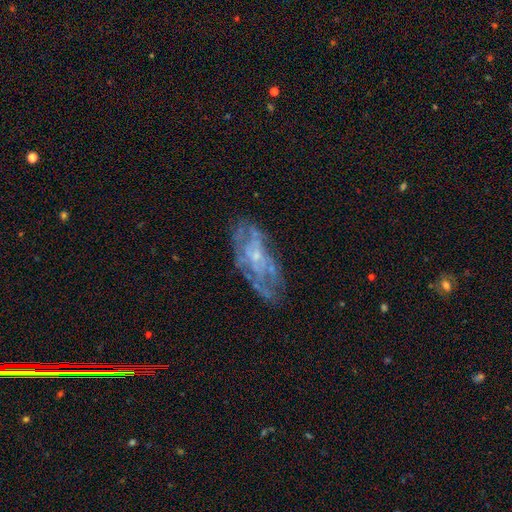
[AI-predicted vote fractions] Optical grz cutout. It shows a featured or disk galaxy (72%) with no bar (78%), spiral arms (55%) and a small central bulge (68%). Merging: none (63%).